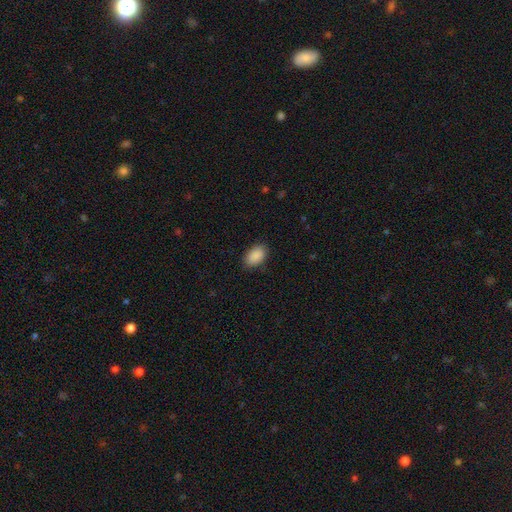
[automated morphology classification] This appears to be a smooth galaxy with no disk features (90%) that is in between round and cigar-shaped (89%). Merging: none (86%).